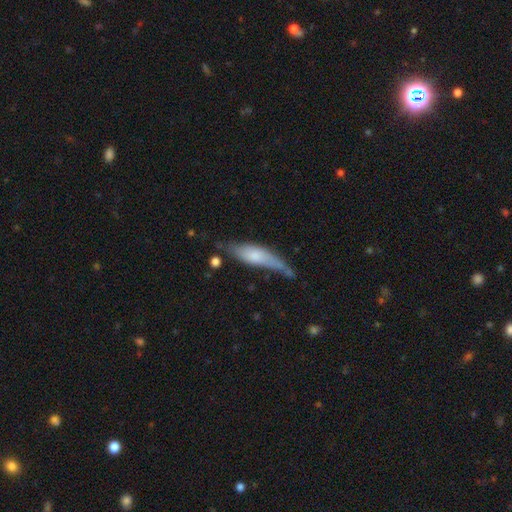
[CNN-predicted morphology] smooth_or_featured: smooth (p=0.61) [alt: featured or disk p=0.33]
how_rounded: cigar-shaped (p=0.64) [alt: in between p=0.34]
merging: none (p=0.47) [alt: minor disturbance p=0.33]